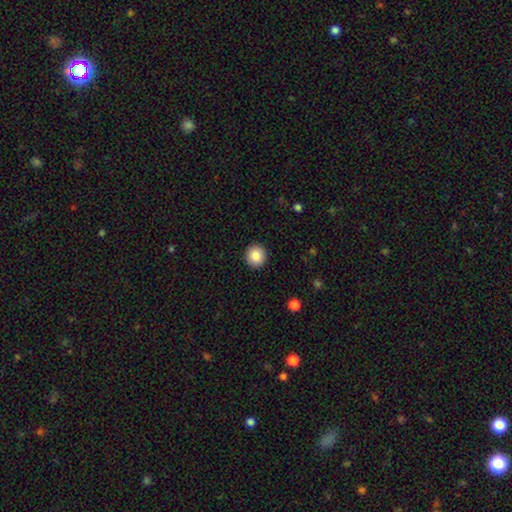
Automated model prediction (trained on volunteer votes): A smooth galaxy with no disk features (87%) that is round (89%).

Vote fractions:
- Smooth or featured? smooth: 87% / star or artifact: 8% / featured or disk: 5%
- How rounded? round: 89% / in between: 10% / cigar-shaped: 1%
- Merging? none: 92% / minor disturbance: 5% / major disturbance: 2% / merger: 1%